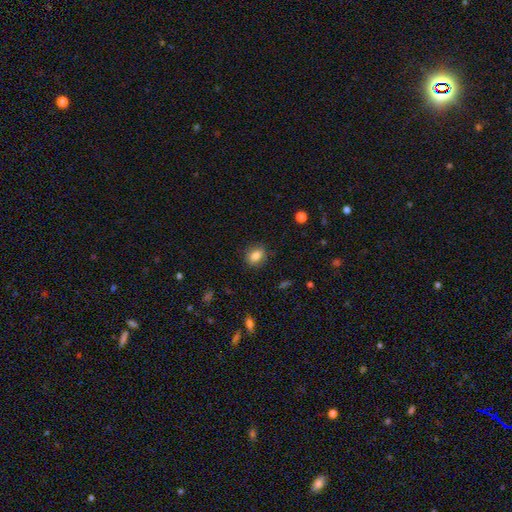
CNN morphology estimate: Smooth or featured? smooth (84%)
How rounded? in between (56%)
Merging? none (85%)